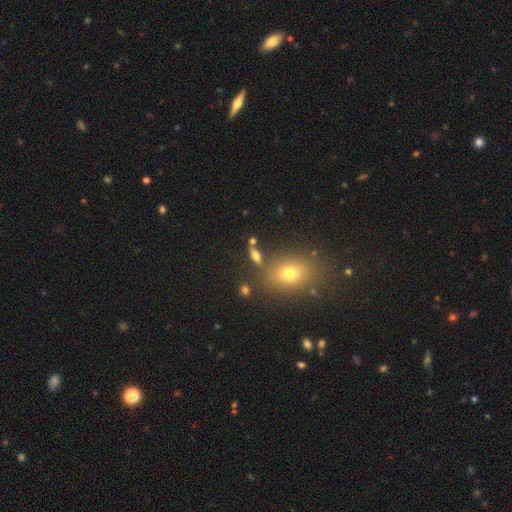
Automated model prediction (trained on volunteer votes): A smooth galaxy with no disk features (62%) that is in between round and cigar-shaped (65%).

Vote fractions:
- Smooth or featured? smooth: 62% / featured or disk: 23% / star or artifact: 15%
- How rounded? in between: 65% / cigar-shaped: 21% / round: 14%
- Merging? none: 67% / merger: 14% / minor disturbance: 13% / major disturbance: 6%